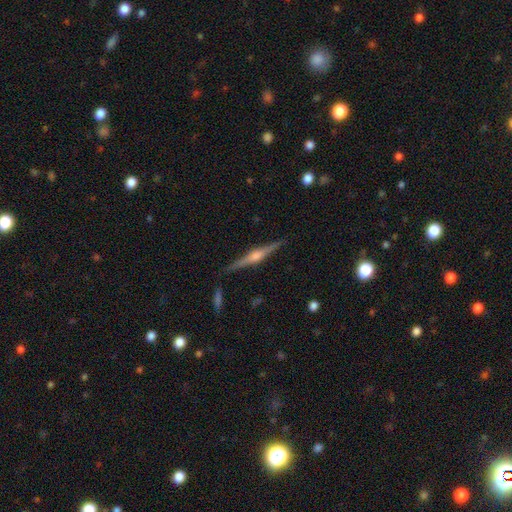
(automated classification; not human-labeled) Morphology: type=featured or disk (82%); edge-on=yes (98%); edge-on bulge=rounded (88%); merging=none (90%).